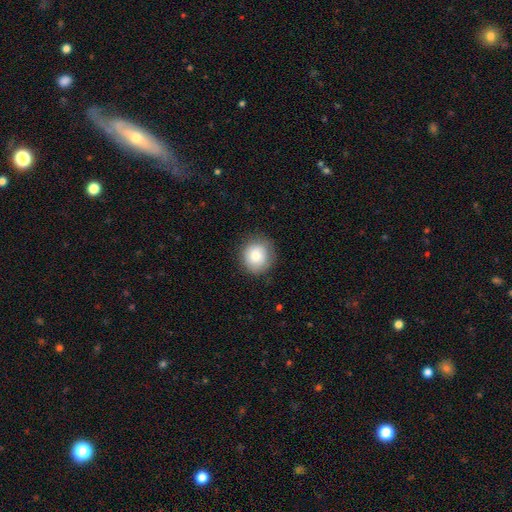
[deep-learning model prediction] Smooth or featured: smooth — 80% (featured or disk — 12%)
How rounded: round — 89% (in between — 11%)
Merging: none — 83% (minor disturbance — 12%)